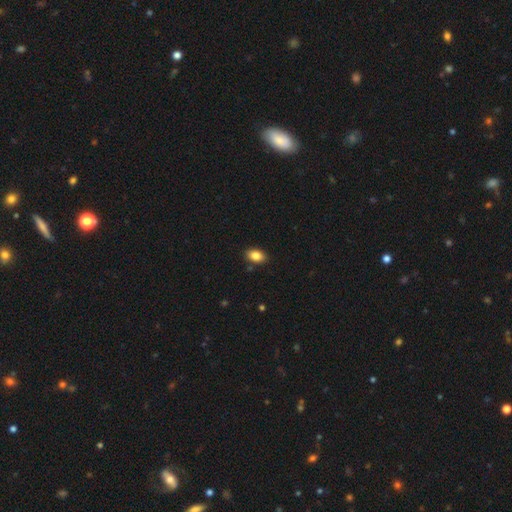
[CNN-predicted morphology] type=smooth (85%); roundness=in between (87%); merging=none (86%).